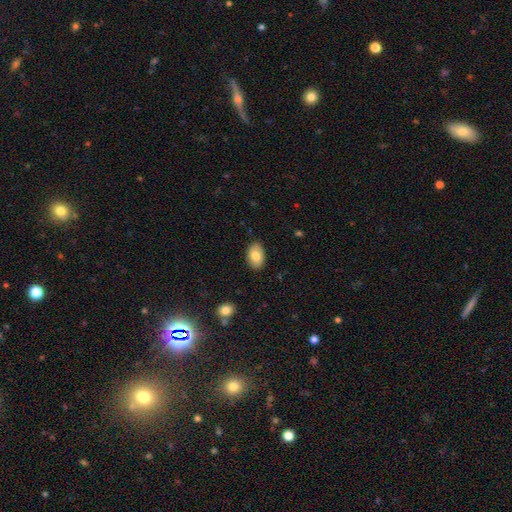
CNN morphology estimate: Smooth or featured? smooth (84%)
How rounded? in between (90%)
Merging? none (87%)